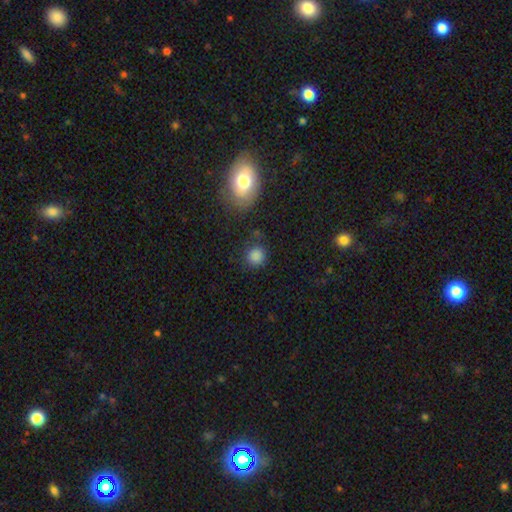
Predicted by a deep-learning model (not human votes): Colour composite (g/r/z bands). It shows a smooth galaxy with no disk features (83%) that is round (89%). Merging: none (78%).